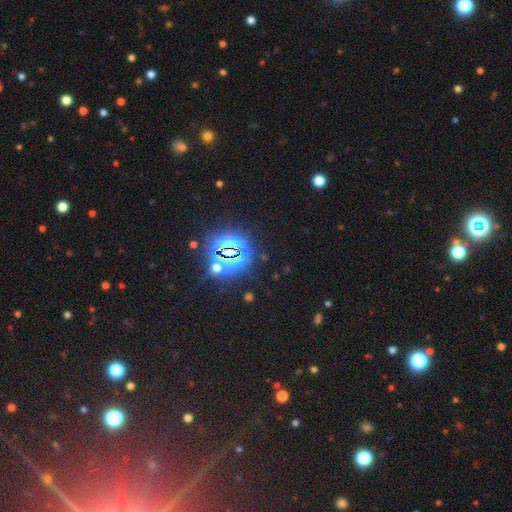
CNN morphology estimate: Q: Smooth or featured?
A: star or artifact (81%); runner-up: smooth (11%)